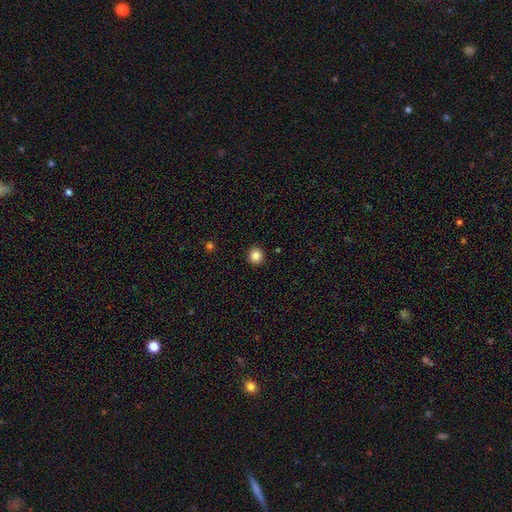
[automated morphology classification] smooth 85%, star or artifact 11%, featured or disk 5%. Down the decision tree: how rounded — round (93%); merging — none (93%).